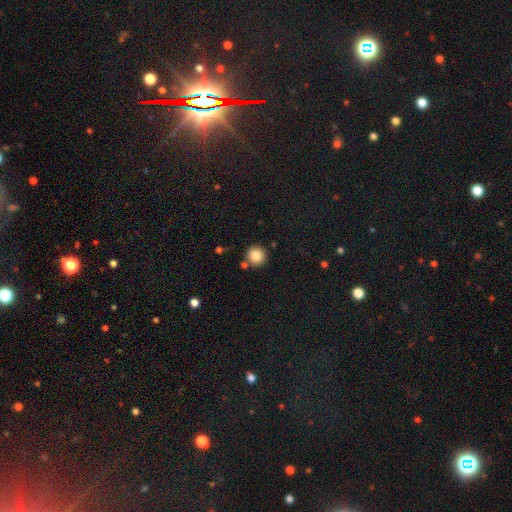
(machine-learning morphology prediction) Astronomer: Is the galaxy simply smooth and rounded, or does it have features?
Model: smooth — 83%.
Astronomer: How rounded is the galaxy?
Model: round — 94%.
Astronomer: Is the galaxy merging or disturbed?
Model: none — 84%.